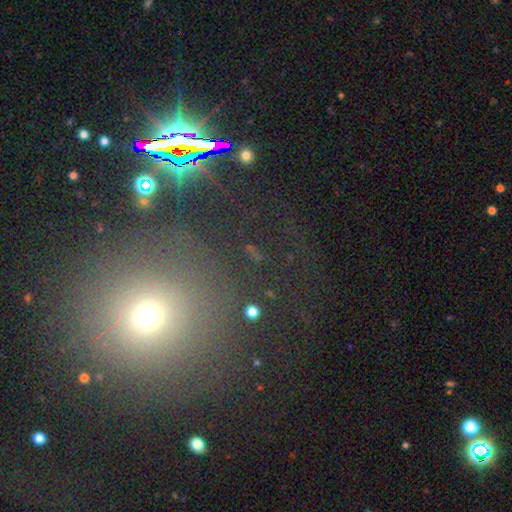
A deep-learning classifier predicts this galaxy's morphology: Smooth or featured? star or artifact (45%)